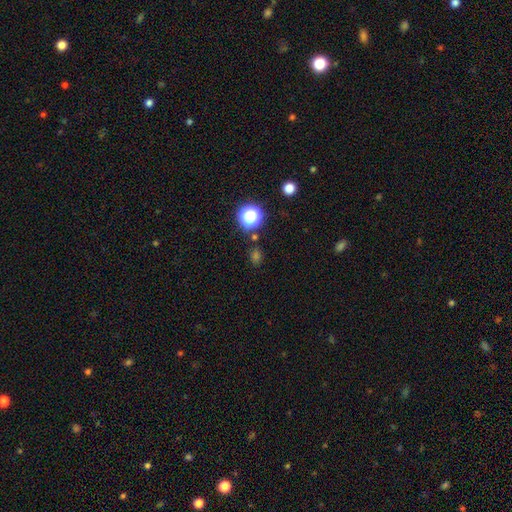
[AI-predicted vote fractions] Smooth or featured?
  - smooth: 50% *
  - star or artifact: 44%
  - featured or disk: 6%
How rounded?
  - round: 68% *
  - in between: 29%
  - cigar-shaped: 2%
Merging?
  - none: 83% *
  - minor disturbance: 9%
  - merger: 5%
  - major disturbance: 3%